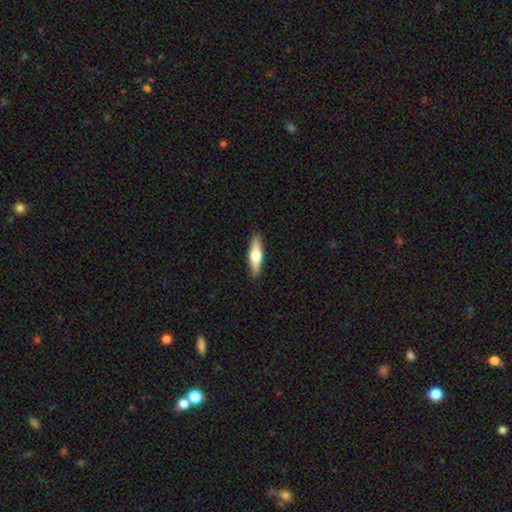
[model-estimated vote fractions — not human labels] This appears to be a smooth galaxy with no disk features (52%) that is cigar-shaped (68%). Merging: none (90%).